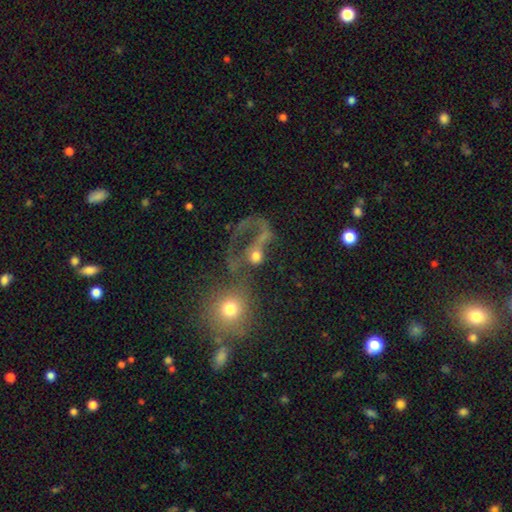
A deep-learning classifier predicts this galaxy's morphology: Smooth or featured: smooth — 43% (featured or disk — 40%)
Merging: merger — 47% (major disturbance — 26%)